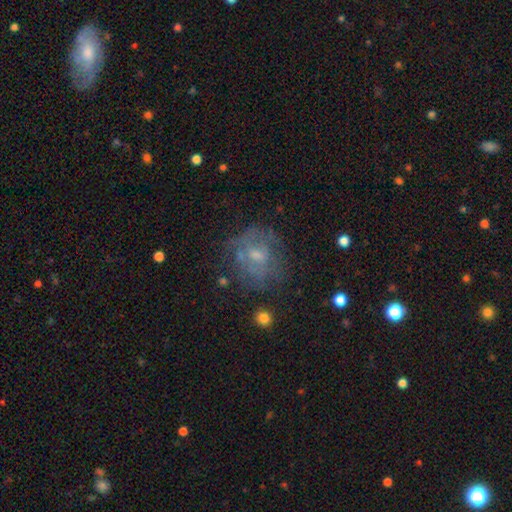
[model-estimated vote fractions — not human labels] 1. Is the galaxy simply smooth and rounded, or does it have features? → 53% featured or disk, 33% smooth, 14% star or artifact.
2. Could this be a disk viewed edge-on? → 97% no, 3% yes.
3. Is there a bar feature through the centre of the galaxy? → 68% no, 27% weak, 5% strong.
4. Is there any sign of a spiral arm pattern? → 64% no, 36% yes.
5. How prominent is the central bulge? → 45% small, 40% moderate, 11% none, 3% large, 1% dominant.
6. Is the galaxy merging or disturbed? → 56% none, 21% minor disturbance, 20% major disturbance, 3% merger.